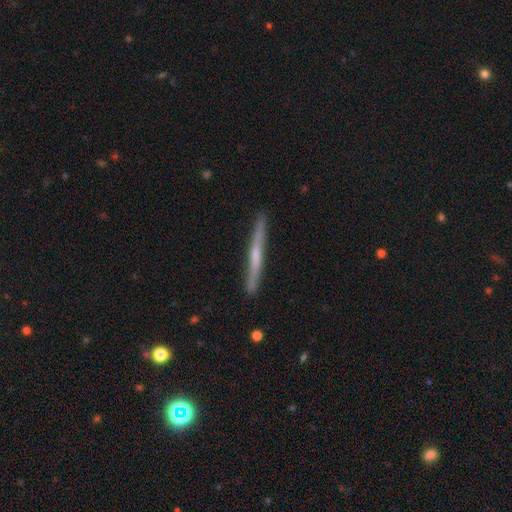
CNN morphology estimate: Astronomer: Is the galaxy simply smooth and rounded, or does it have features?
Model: featured or disk — 60%.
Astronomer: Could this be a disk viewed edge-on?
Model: yes — 97%.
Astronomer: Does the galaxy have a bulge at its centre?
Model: none — 58% (runner-up: rounded, 34%).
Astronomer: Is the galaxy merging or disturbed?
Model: none — 90%.